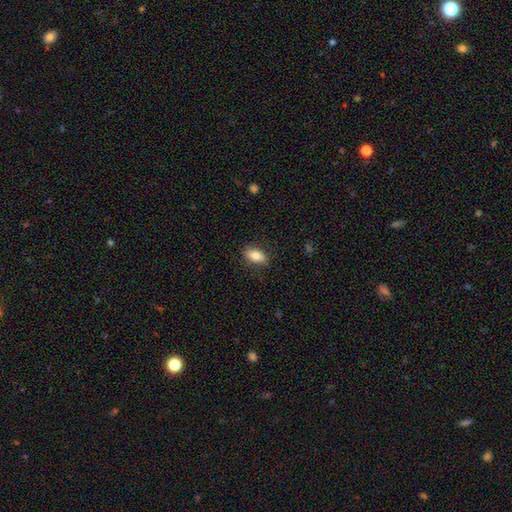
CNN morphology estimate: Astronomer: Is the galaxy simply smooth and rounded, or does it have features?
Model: smooth — 79%.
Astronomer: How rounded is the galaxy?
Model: in between — 87%.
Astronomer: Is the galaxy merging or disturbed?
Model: none — 87%.